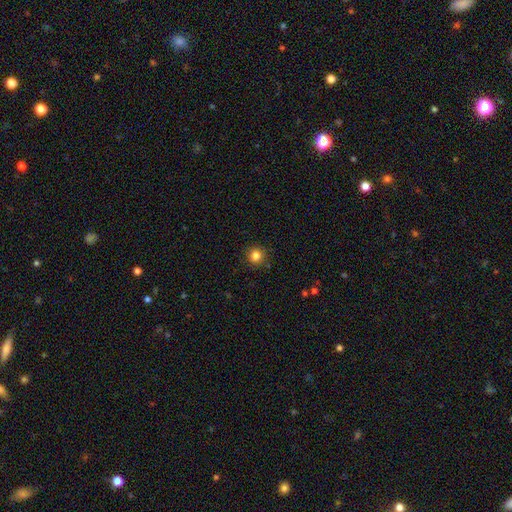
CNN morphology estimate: The model was most divided on "smooth or featured": smooth: 84%, star or artifact: 12%, featured or disk: 5%. More confident: how rounded — round (93%); merging — none (90%).